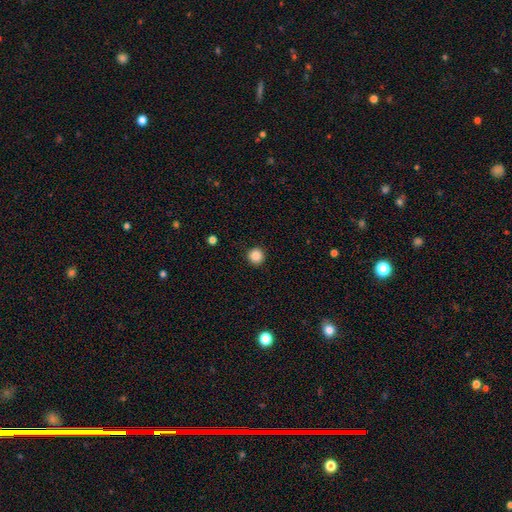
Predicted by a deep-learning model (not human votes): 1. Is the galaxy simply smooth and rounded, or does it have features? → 86% smooth, 10% star or artifact, 3% featured or disk.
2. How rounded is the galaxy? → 96% round, 4% in between, 1% cigar-shaped.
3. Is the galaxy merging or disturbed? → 92% none, 5% minor disturbance, 2% major disturbance, 1% merger.